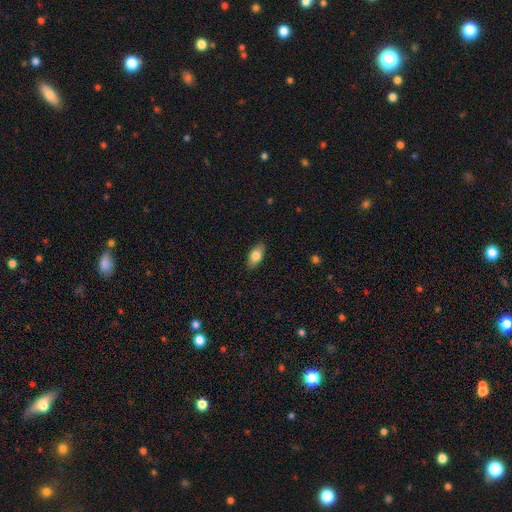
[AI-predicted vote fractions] A smooth galaxy with no disk features (79%) that is in between round and cigar-shaped (89%). Merging: none (87%).